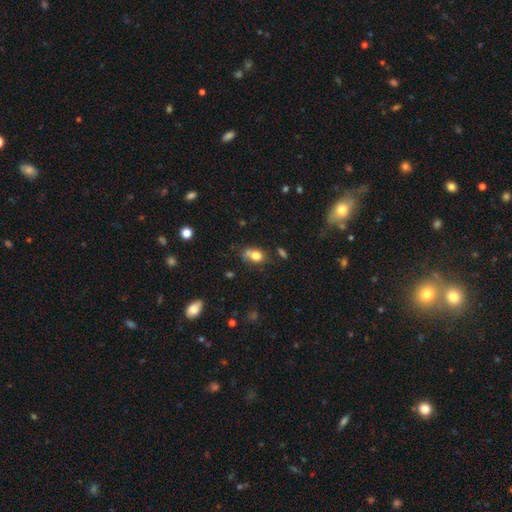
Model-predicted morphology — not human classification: Overall: smooth (76%). How rounded: round (50%; in between 48%). Merging: none (46%; minor disturbance 22%).